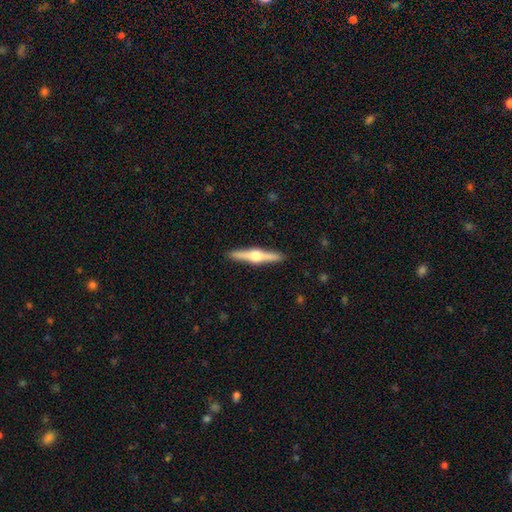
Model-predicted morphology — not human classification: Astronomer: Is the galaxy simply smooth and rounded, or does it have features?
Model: featured or disk — 75%.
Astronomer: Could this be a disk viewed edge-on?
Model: yes — 98%.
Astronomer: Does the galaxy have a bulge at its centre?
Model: rounded — 94%.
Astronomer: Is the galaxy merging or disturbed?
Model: none — 92%.